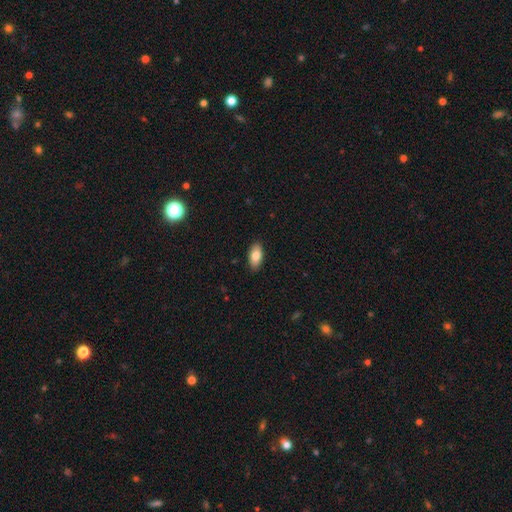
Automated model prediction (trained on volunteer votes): Smooth or featured? Predicted: smooth (p=0.82). How rounded? Predicted: in between (p=0.93). Merging? Predicted: none (p=0.89).